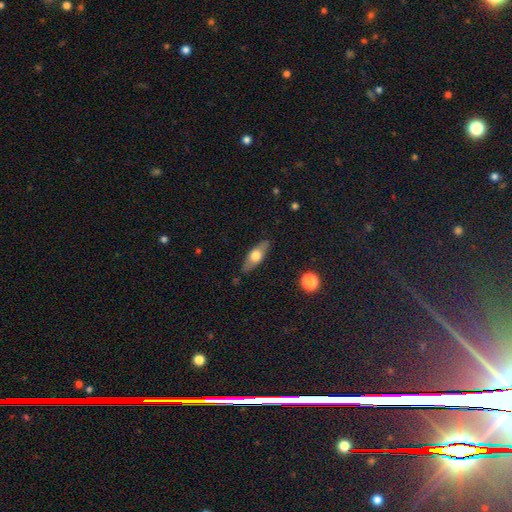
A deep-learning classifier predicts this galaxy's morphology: Q: Smooth or featured?
A: smooth (54%); runner-up: featured or disk (40%)
Q: How rounded?
A: in between (64%); runner-up: cigar-shaped (32%)
Q: Merging?
A: none (84%); runner-up: minor disturbance (12%)